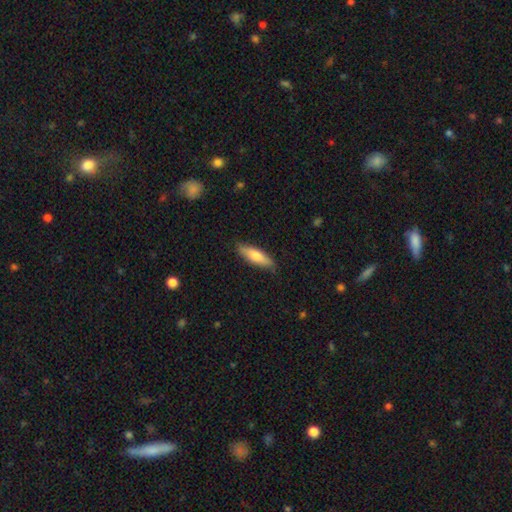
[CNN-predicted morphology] A smooth galaxy with no disk features (69%) that is cigar-shaped (57%). Merging: none (85%).